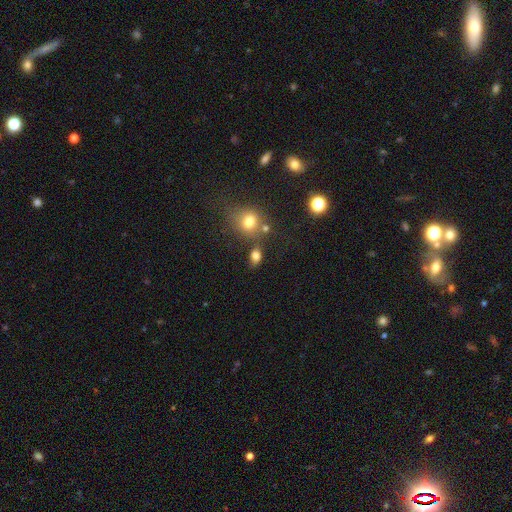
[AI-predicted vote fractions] This is likely a smooth galaxy (79%). How rounded: likely in between (68%). Merging: likely none (65%).